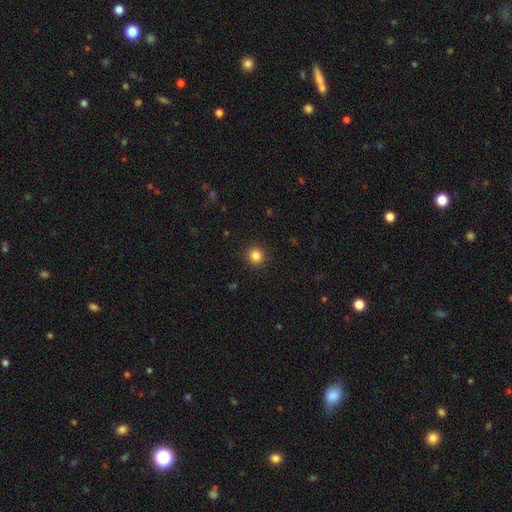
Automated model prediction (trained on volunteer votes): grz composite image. It shows a smooth galaxy with no disk features (84%) that is round (91%). Merging: none (92%).